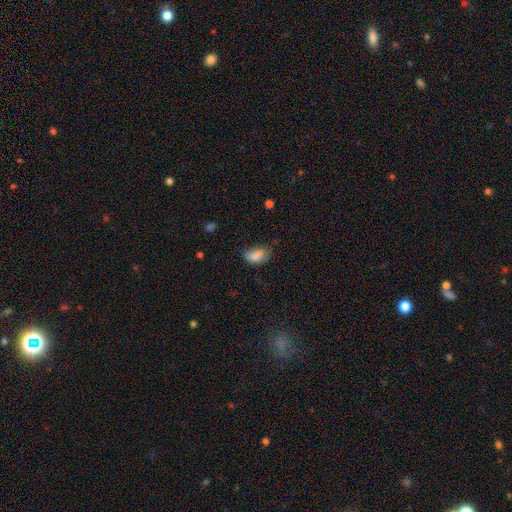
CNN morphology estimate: type=smooth (84%); roundness=in between (90%); merging=none (53%).